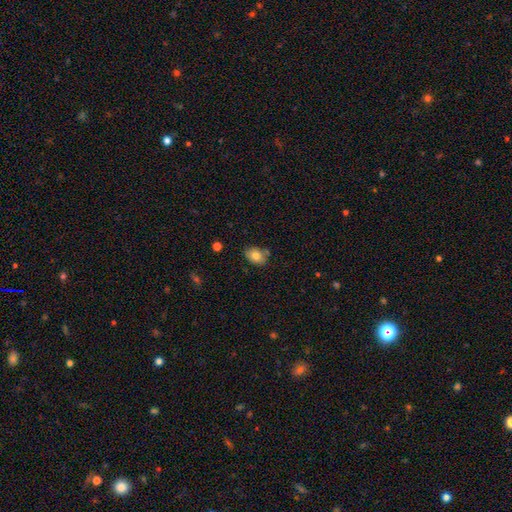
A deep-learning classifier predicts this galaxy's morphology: This is likely a smooth galaxy (80%). How rounded: likely in between (72%). Merging: likely none (72%).